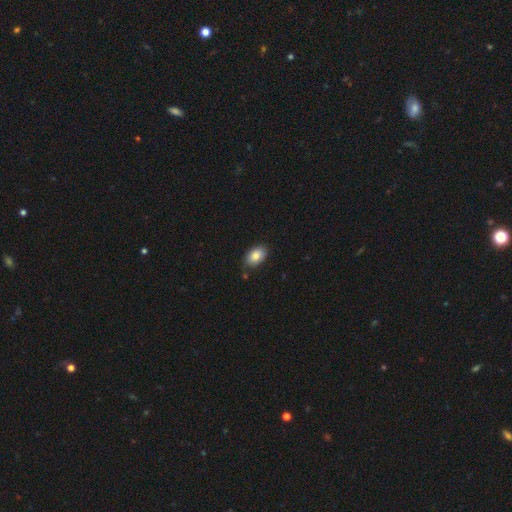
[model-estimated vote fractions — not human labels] smooth 85%, featured or disk 8%, star or artifact 8%. Down the decision tree: how rounded — in between (90%); merging — none (83%).